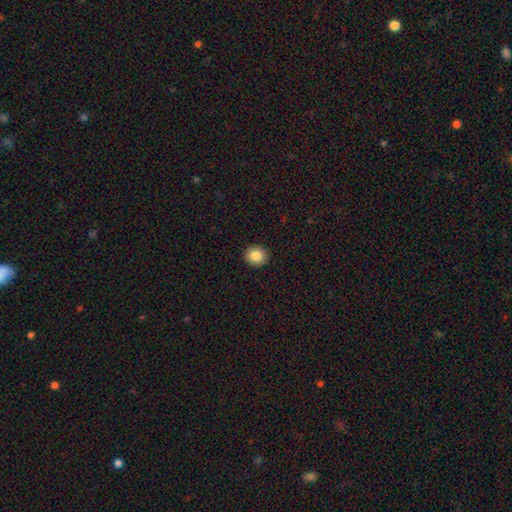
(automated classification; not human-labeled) smooth 85%, star or artifact 9%, featured or disk 6%. Down the decision tree: how rounded — round (83%); merging — none (92%).